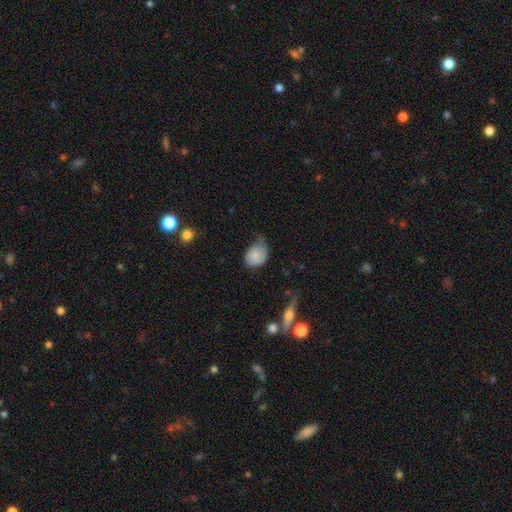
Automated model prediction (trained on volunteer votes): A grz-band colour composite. It shows a smooth galaxy with no disk features (69%) that is in between round and cigar-shaped (55%). Merging: minor disturbance (44%).